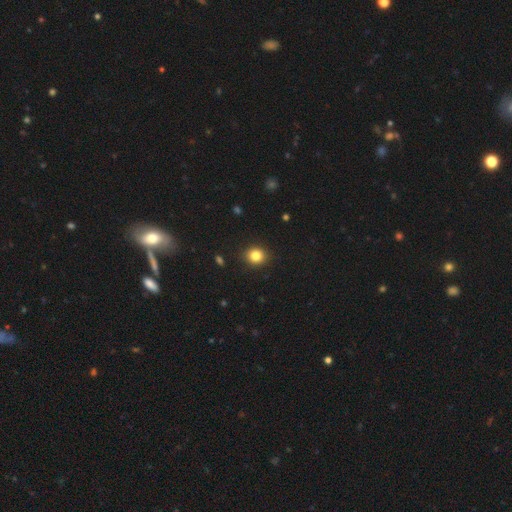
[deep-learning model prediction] Q: Smooth or featured?
A: smooth (84%); runner-up: star or artifact (11%)
Q: How rounded?
A: round (79%); runner-up: in between (20%)
Q: Merging?
A: none (90%); runner-up: minor disturbance (7%)